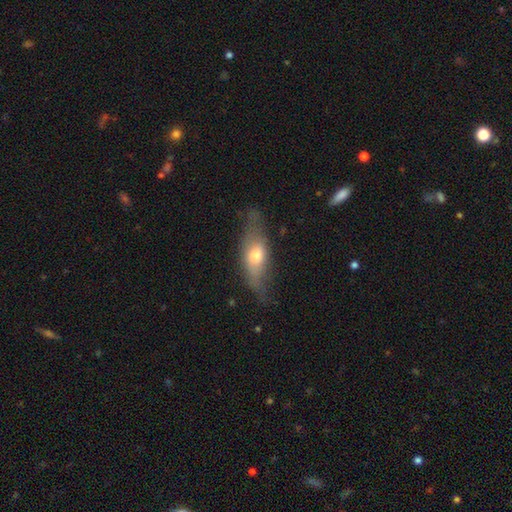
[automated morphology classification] Smooth or featured? smooth (53%)
How rounded? in between (63%)
Merging? none (60%)